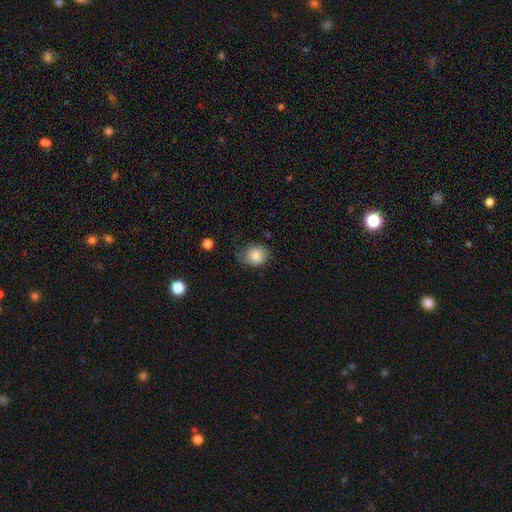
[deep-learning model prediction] The model was most divided on "how rounded": round: 55%, in between: 44%, cigar-shaped: 1%. More confident: smooth or featured — smooth (81%); merging — none (57%).